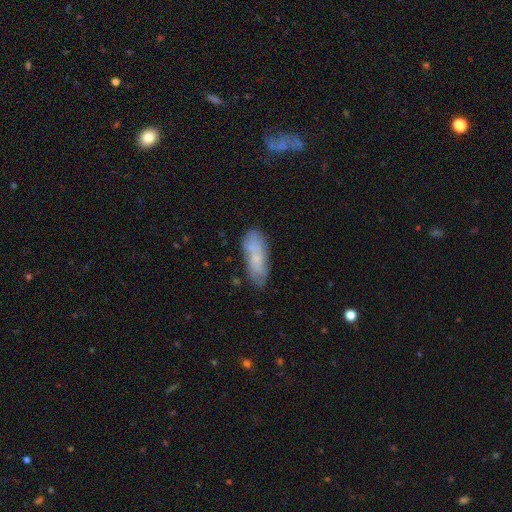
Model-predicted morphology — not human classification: smooth_or_featured: smooth (p=0.56) [alt: featured or disk p=0.35]
how_rounded: in between (p=0.64) [alt: cigar-shaped p=0.33]
merging: none (p=0.66) [alt: minor disturbance p=0.22]